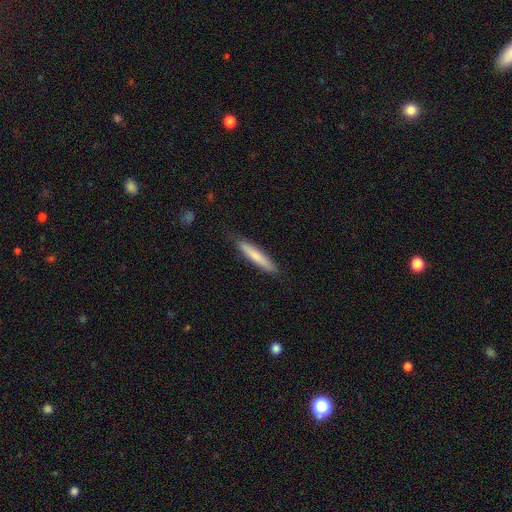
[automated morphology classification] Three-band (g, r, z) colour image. It shows a smooth galaxy with no disk features (73%) that is cigar-shaped (91%). Merging: none (83%).